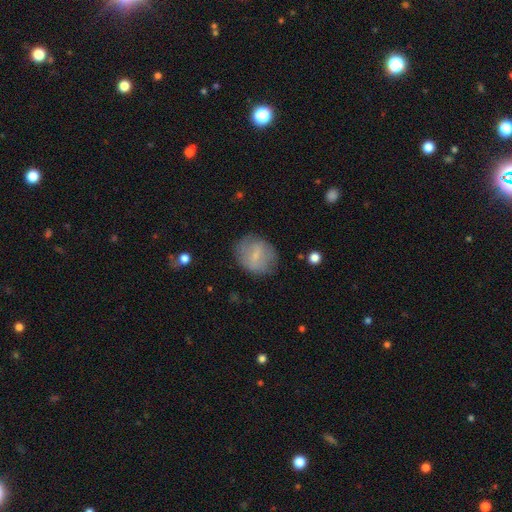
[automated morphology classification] Overall: smooth (61%; featured or disk 31%). How rounded: round (56%; in between 43%). Merging: none (75%).